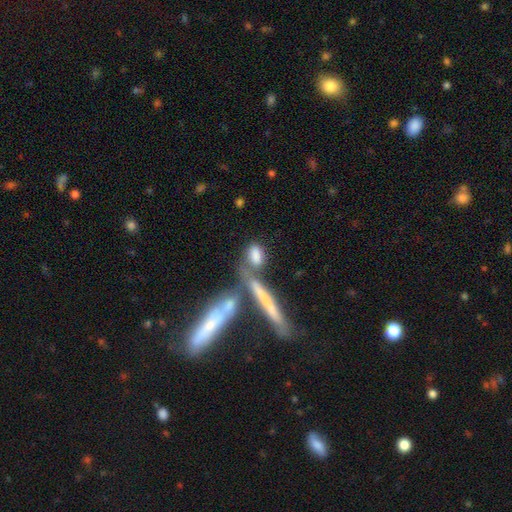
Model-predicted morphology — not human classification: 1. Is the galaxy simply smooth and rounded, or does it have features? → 77% smooth, 15% featured or disk, 8% star or artifact.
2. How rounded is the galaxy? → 64% in between, 28% cigar-shaped, 8% round.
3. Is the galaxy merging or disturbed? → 41% none, 37% merger, 14% minor disturbance, 9% major disturbance.